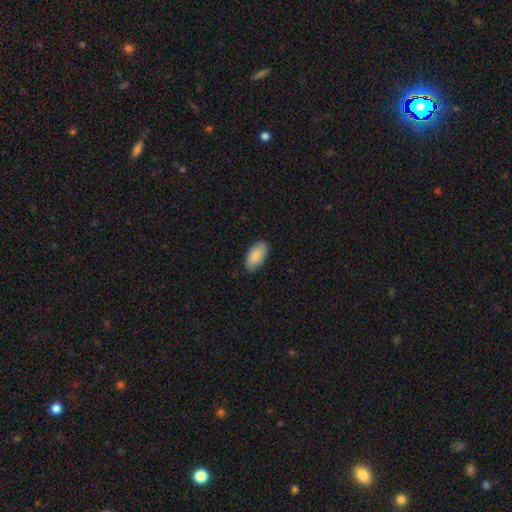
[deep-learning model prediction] This is clearly a smooth galaxy (87%). How rounded: clearly in between (95%). Merging: clearly none (86%).